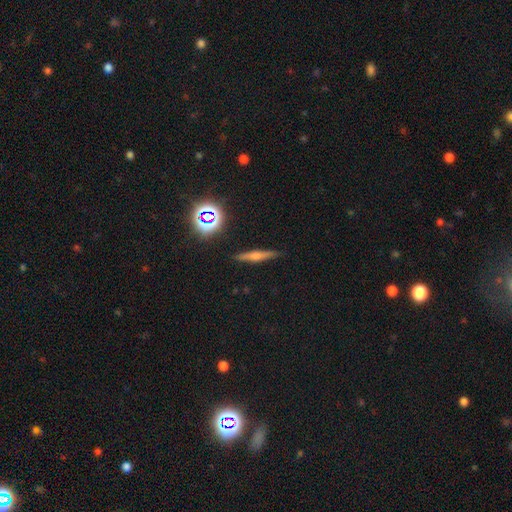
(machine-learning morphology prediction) Q: Smooth or featured?
A: smooth (46%); runner-up: featured or disk (40%)
Q: Merging?
A: none (87%); runner-up: minor disturbance (9%)